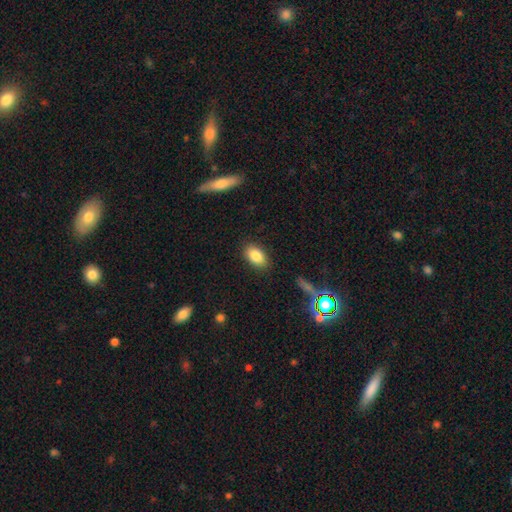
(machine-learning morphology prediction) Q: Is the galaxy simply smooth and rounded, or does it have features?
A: smooth — 85%.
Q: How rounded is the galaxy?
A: in between — 90%.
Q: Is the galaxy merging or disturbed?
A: none — 87%.